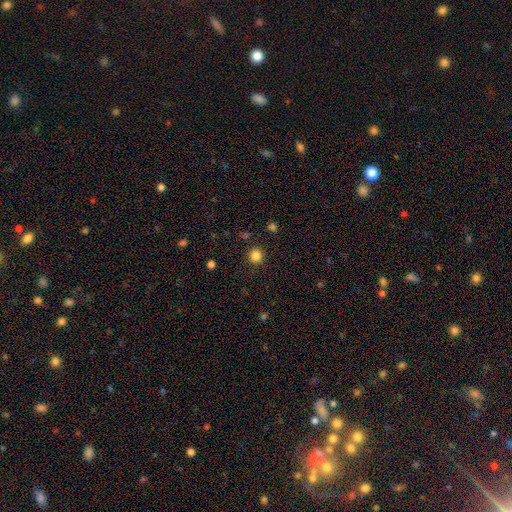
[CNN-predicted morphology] Smooth or featured: smooth — 84% (star or artifact — 12%)
How rounded: round — 90% (in between — 9%)
Merging: none — 88% (minor disturbance — 7%)